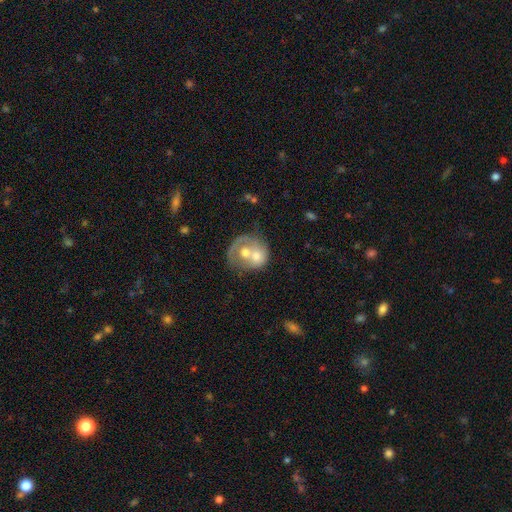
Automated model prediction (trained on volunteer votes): This appears to be a featured or disk galaxy (49%). Merging: merger (69%).